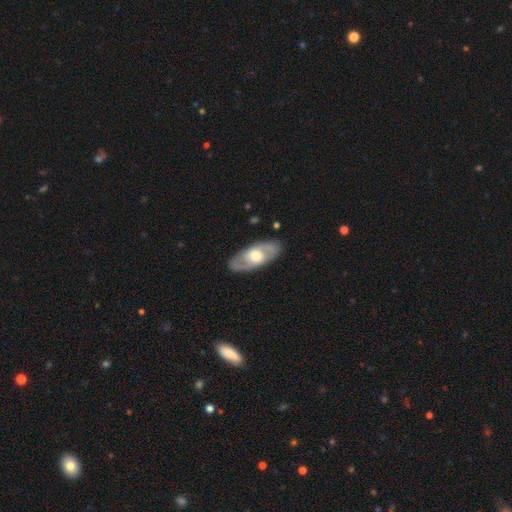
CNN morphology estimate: Smooth or featured: featured or disk — 67% (smooth — 29%)
Edge-on disk: no — 85% (yes — 15%)
Bar: no — 63% (weak — 29%)
Spiral arms: yes — 63% (no — 37%)
Bulge size: moderate — 67% (large — 20%)
Merging: none — 86% (minor disturbance — 10%)